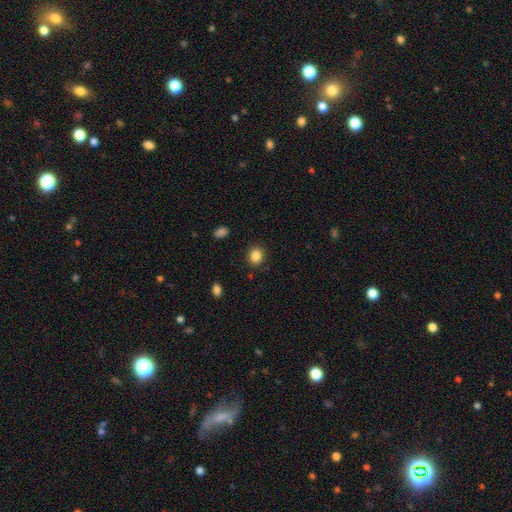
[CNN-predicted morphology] Smooth or featured? smooth (87%)
How rounded? round (71%)
Merging? none (87%)